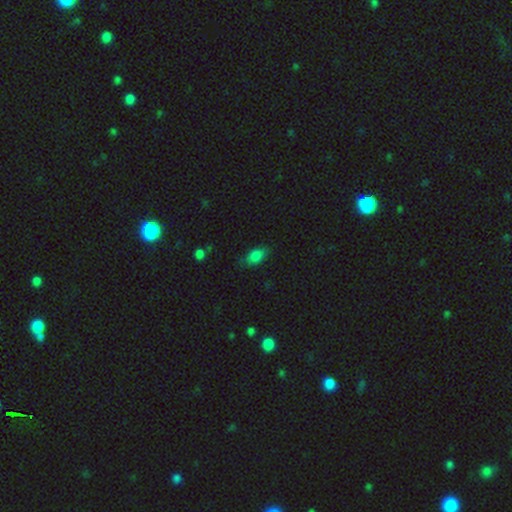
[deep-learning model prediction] Morphology: type=smooth (80%); roundness=in between (87%); merging=none (72%).